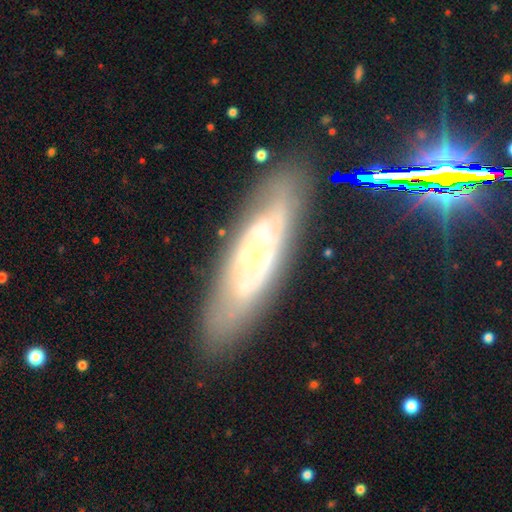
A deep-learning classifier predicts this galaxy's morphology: This appears to be a featured or disk galaxy (73%) with no bar (72%), spiral arms (69%) and a small central bulge (67%). Merging: none (76%).